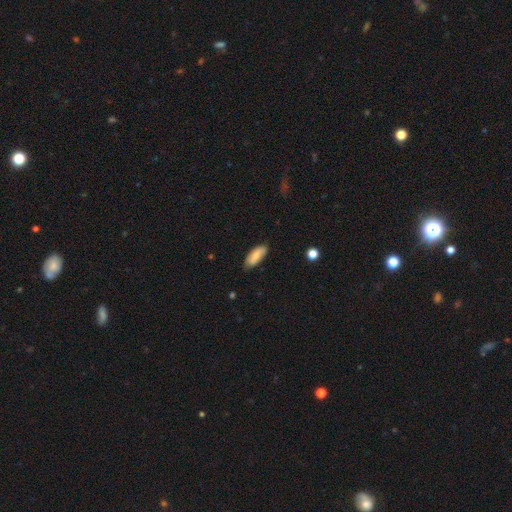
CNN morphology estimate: Smooth or featured: smooth — 78% (featured or disk — 15%)
How rounded: in between — 82% (cigar-shaped — 17%)
Merging: none — 77% (minor disturbance — 19%)